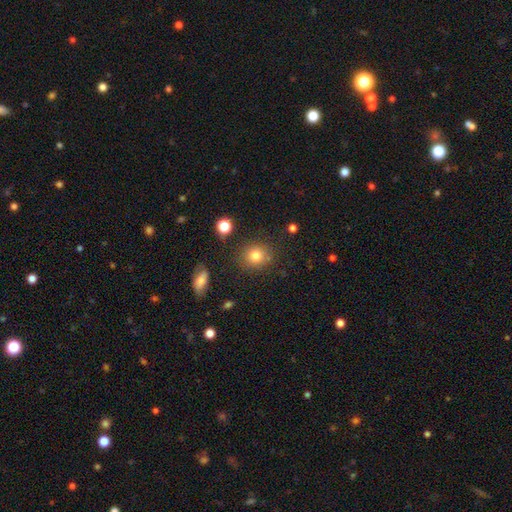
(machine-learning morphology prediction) Smooth or featured? Predicted: smooth (p=0.80). How rounded? Predicted: round (p=0.82). Merging? Predicted: none (p=0.83).